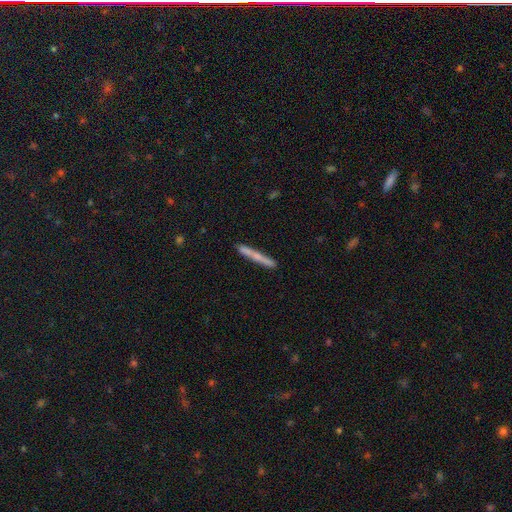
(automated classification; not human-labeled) This appears to be a smooth galaxy with no disk features (56%) that is cigar-shaped (96%). Merging: none (87%).